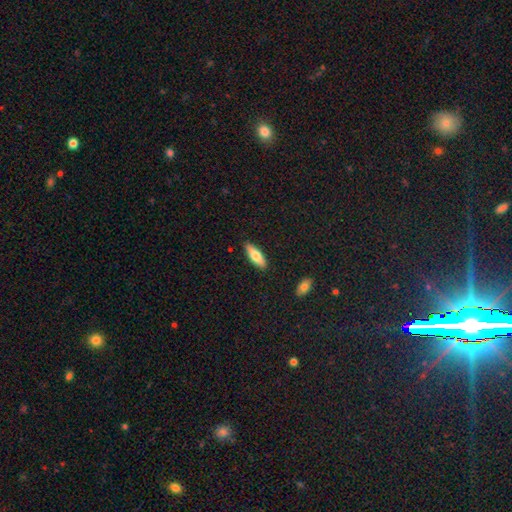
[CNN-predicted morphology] A smooth galaxy with no disk features (71%) that is in between round and cigar-shaped (53%). Merging: none (88%).